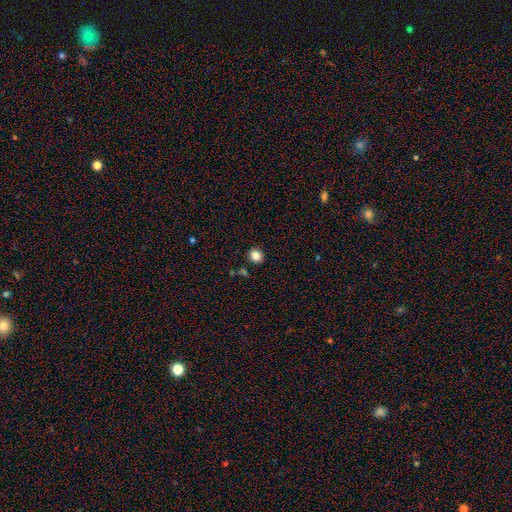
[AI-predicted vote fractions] This appears to be a smooth galaxy with no disk features (85%) that is round (82%). Merging: none (88%).